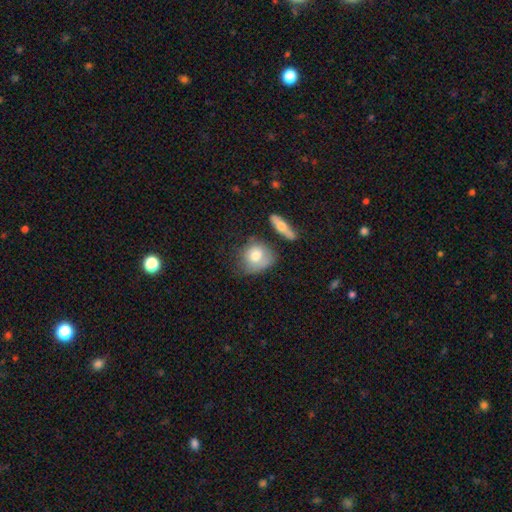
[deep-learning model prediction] Smooth or featured? Predicted: smooth (p=0.72). How rounded? Predicted: round (p=0.60). Merging? Predicted: none (p=0.46).